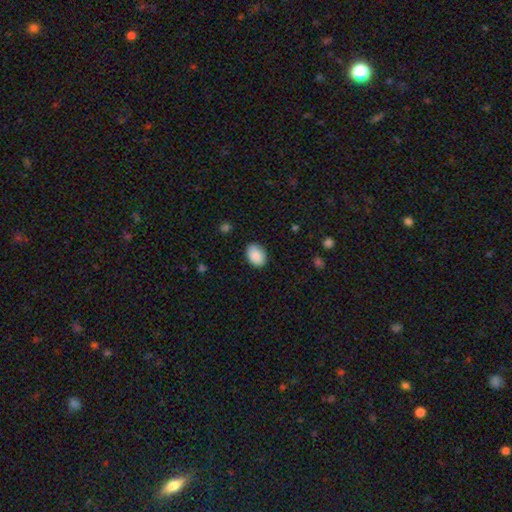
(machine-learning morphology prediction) Smooth or featured? Predicted: smooth (p=0.89). How rounded? Predicted: in between (p=0.77). Merging? Predicted: none (p=0.86).